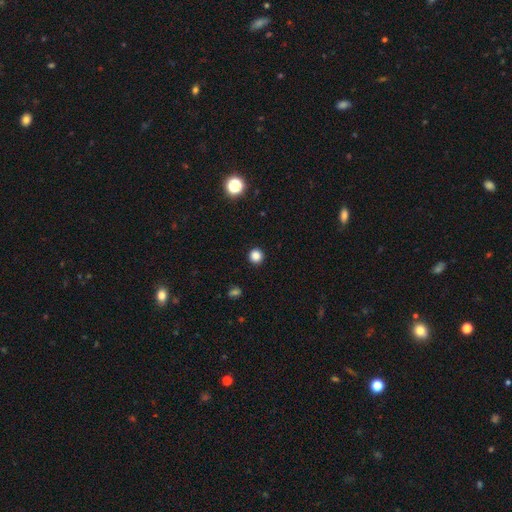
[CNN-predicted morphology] Smooth or featured? smooth (84%)
How rounded? round (94%)
Merging? none (92%)